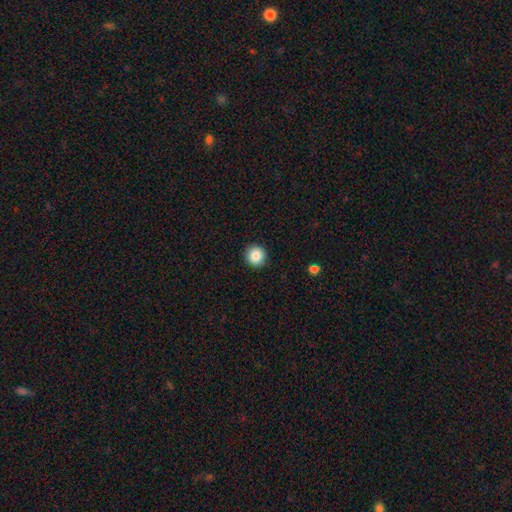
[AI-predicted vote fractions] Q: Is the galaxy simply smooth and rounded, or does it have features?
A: smooth — 86%.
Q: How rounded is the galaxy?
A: round — 94%.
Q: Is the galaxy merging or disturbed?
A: none — 92%.